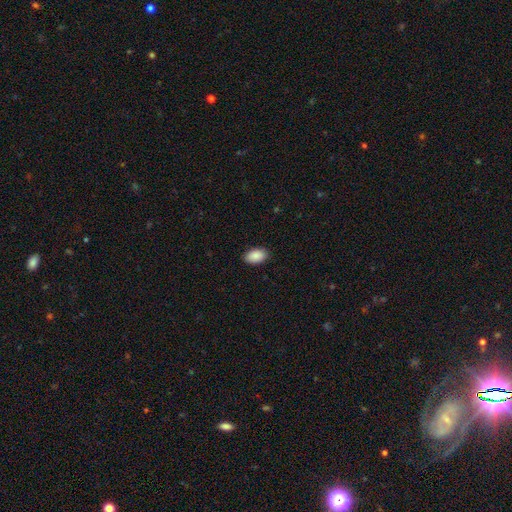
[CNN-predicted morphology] A smooth galaxy with no disk features (90%) that is in between round and cigar-shaped (93%).

Vote fractions:
- Smooth or featured? smooth: 90% / star or artifact: 7% / featured or disk: 3%
- How rounded? in between: 93% / round: 6% / cigar-shaped: 1%
- Merging? none: 89% / minor disturbance: 8% / major disturbance: 2% / merger: 1%